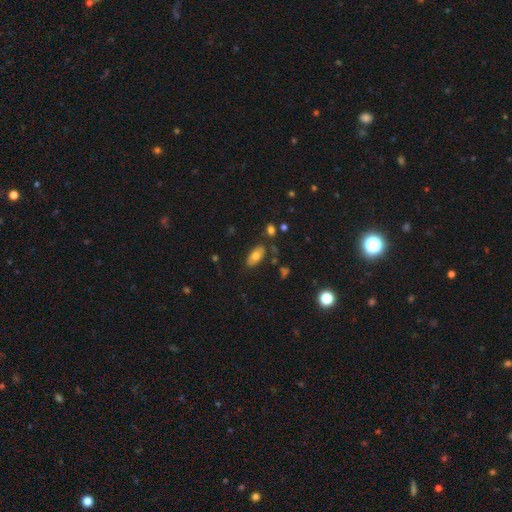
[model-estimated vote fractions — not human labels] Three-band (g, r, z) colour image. It shows a smooth galaxy with no disk features (73%) that is in between round and cigar-shaped (91%). Merging: none (80%).